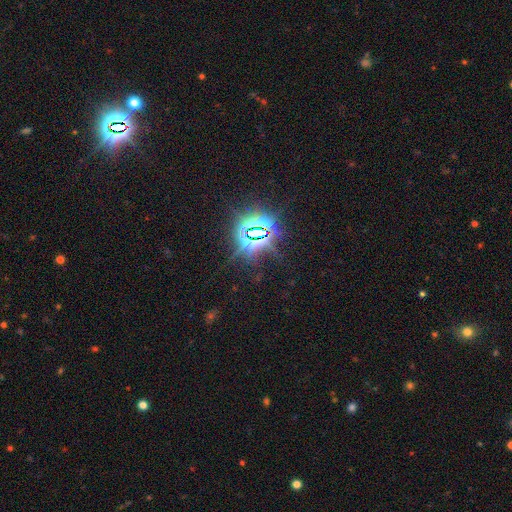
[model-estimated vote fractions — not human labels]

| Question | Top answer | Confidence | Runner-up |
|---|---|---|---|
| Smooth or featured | star or artifact | 83% | smooth (10%) |